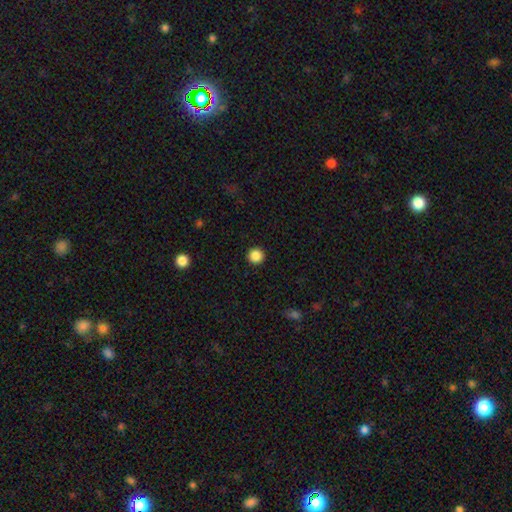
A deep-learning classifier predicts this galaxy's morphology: The model was most divided on "smooth or featured": smooth: 87%, star or artifact: 10%, featured or disk: 3%. More confident: how rounded — round (96%); merging — none (93%).